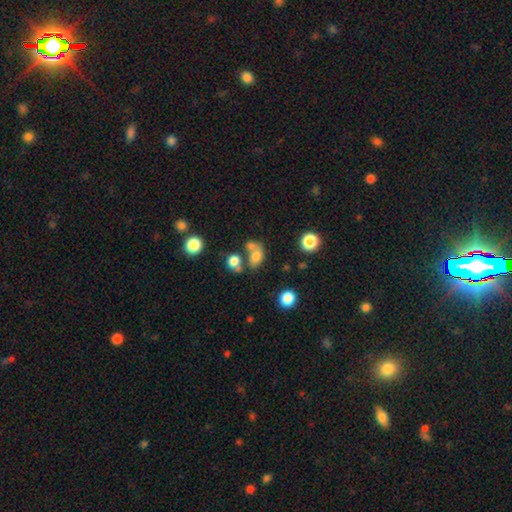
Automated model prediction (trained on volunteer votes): Overall: smooth (72%). How rounded: in between (73%). Merging: merger (44%; none 34%).